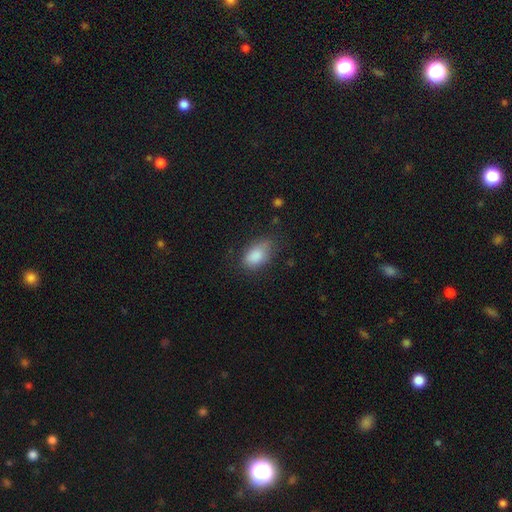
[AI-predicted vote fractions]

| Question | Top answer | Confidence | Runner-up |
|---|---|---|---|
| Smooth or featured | smooth | 86% | star or artifact (7%) |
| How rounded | in between | 90% | round (8%) |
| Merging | none | 62% | minor disturbance (27%) |